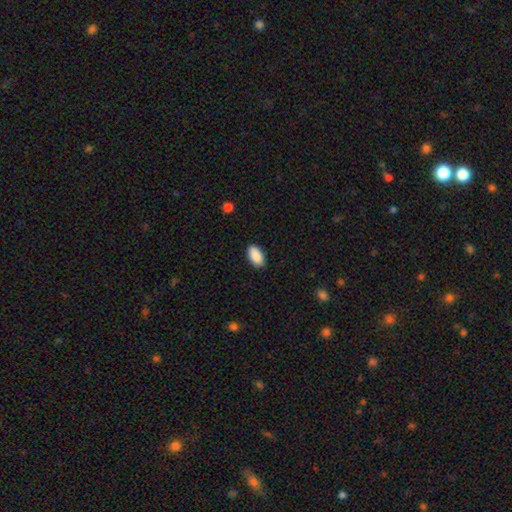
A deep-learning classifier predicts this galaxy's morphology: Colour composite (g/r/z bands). It shows a smooth galaxy with no disk features (91%) that is in between round and cigar-shaped (95%). Merging: none (88%).